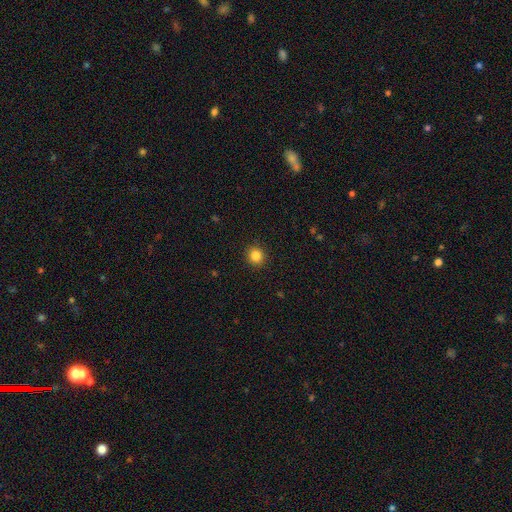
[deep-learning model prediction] A smooth galaxy with no disk features (84%) that is round (93%). Merging: none (93%).